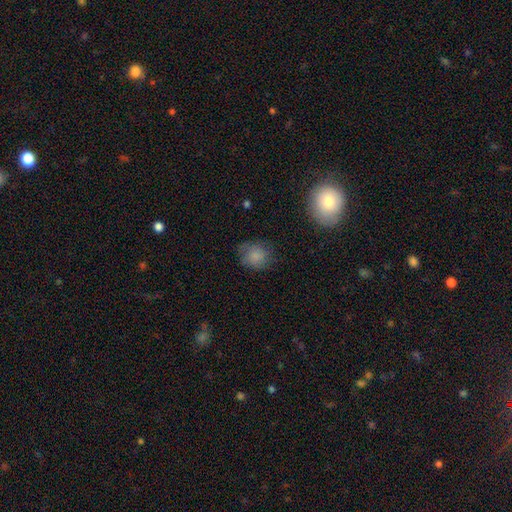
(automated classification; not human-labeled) Smooth or featured? Predicted: smooth (p=0.80). How rounded? Predicted: round (p=0.75). Merging? Predicted: none (p=0.68).